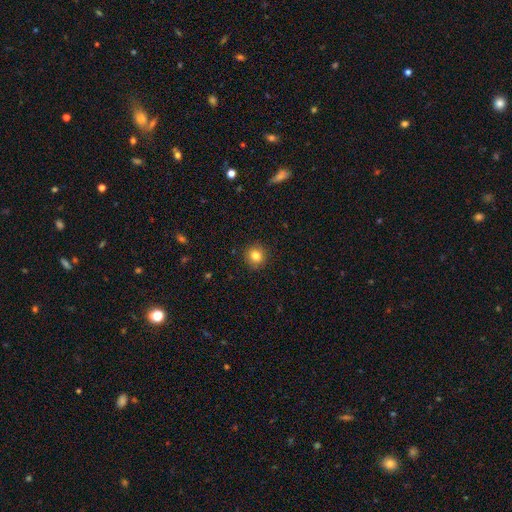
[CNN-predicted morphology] type=smooth (83%); roundness=round (91%); merging=none (92%).